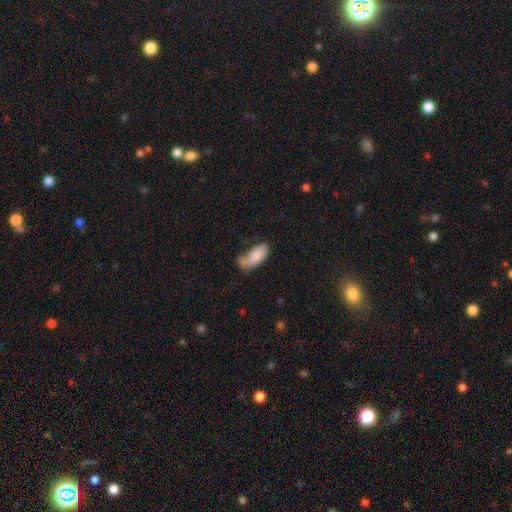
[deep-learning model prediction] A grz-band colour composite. It shows a smooth galaxy with no disk features (81%) that is in between round and cigar-shaped (86%). Merging: none (40%).